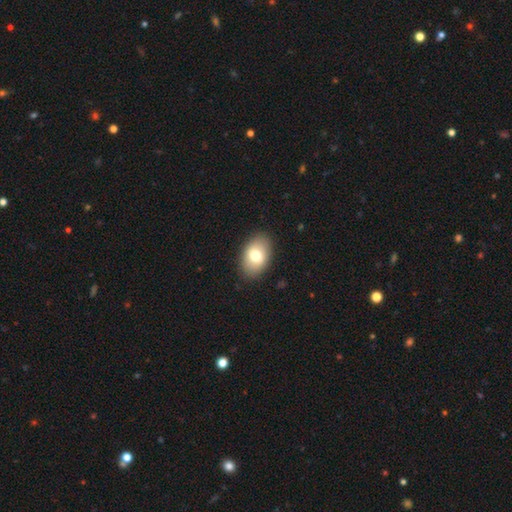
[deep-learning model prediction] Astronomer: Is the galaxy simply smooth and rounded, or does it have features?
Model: smooth — 75%.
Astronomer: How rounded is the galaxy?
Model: in between — 87%.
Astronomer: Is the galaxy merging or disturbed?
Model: none — 88%.